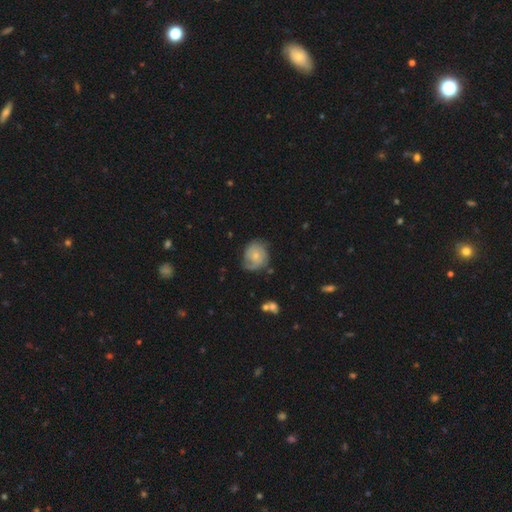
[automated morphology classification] Smooth or featured? featured or disk (56%)
Edge-on disk? no (97%)
Bar? no (79%)
Spiral arms? yes (84%)
Bulge size? small (62%)
Merging? none (57%)